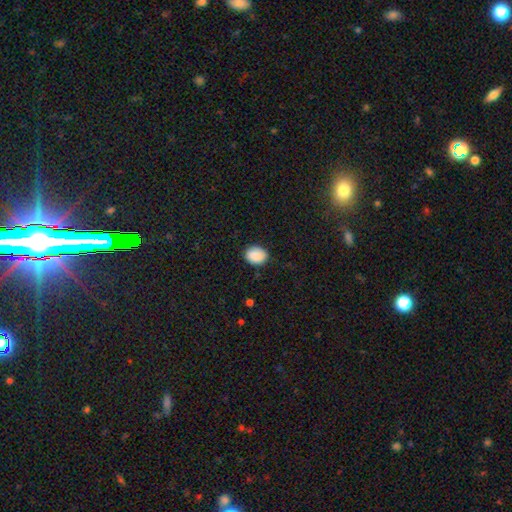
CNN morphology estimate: A smooth galaxy with no disk features (87%) that is in between round and cigar-shaped (51%).

Vote fractions:
- Smooth or featured? smooth: 87% / star or artifact: 7% / featured or disk: 6%
- How rounded? in between: 51% / round: 48% / cigar-shaped: 1%
- Merging? none: 83% / minor disturbance: 13% / major disturbance: 3% / merger: 1%